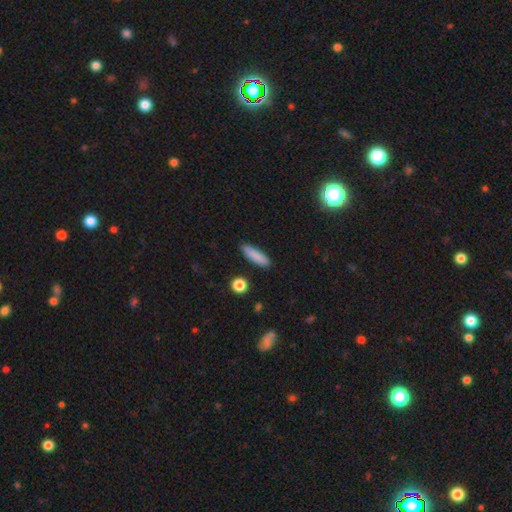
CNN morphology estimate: Smooth or featured? Predicted: smooth (p=0.86). How rounded? Predicted: cigar-shaped (p=0.69). Merging? Predicted: none (p=0.89).